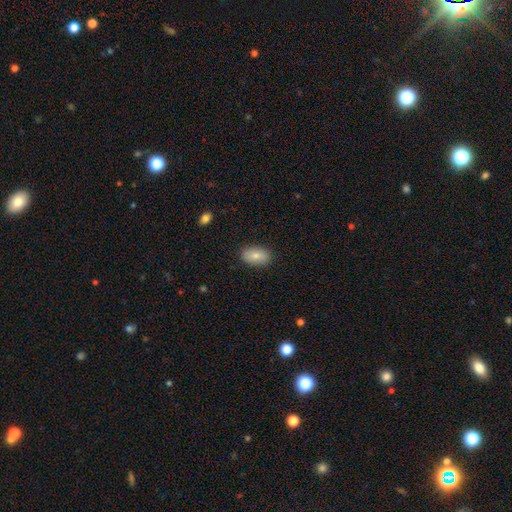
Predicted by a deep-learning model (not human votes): Smooth or featured? smooth (80%)
How rounded? in between (91%)
Merging? none (87%)